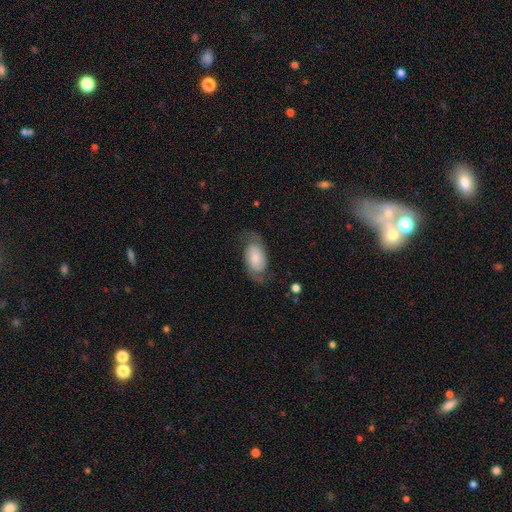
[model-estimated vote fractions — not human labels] The model was most divided on "smooth or featured": featured or disk: 55%, smooth: 38%, star or artifact: 7%. Remaining: edge-on disk — no (95%); spiral arms — yes (87%); bar — no (71%); merging — none (65%); bulge size — small (49%).